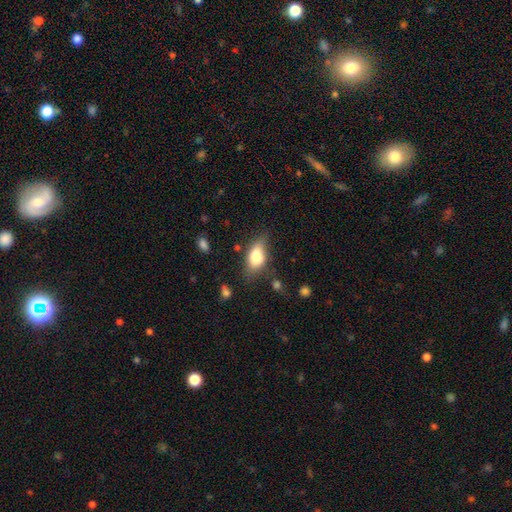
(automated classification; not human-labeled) The model was most divided on "merging": none: 55%, minor disturbance: 30%, major disturbance: 11%, merger: 4%. More confident: how rounded — in between (86%); smooth or featured — smooth (75%).